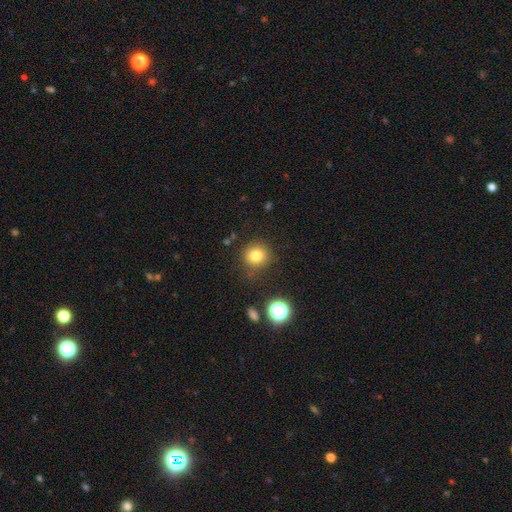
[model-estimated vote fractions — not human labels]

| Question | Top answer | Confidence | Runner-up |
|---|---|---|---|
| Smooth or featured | smooth | 79% | star or artifact (14%) |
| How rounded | round | 92% | in between (7%) |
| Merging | none | 83% | minor disturbance (11%) |